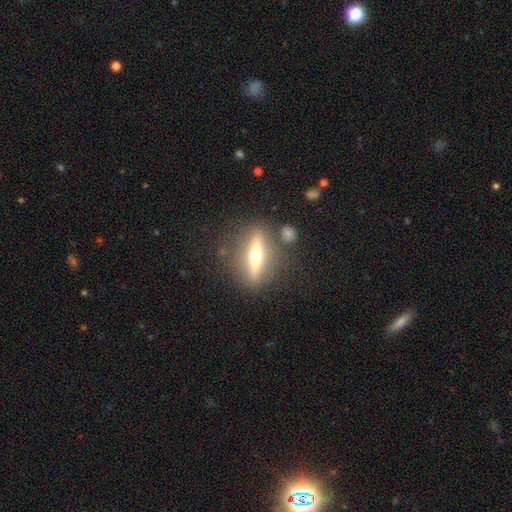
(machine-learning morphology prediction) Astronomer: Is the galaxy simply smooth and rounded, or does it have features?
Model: featured or disk — 66%.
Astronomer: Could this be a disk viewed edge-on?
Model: yes — 85%.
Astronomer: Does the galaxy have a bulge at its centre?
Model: rounded — 95%.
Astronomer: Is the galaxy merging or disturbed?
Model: none — 81%.